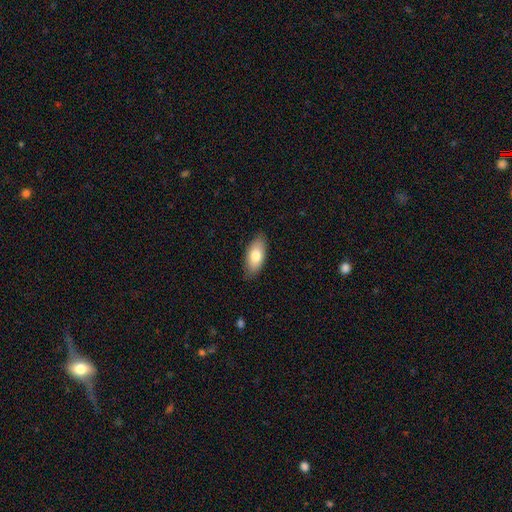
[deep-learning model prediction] Morphology: type=smooth (77%); roundness=in between (89%); merging=none (84%).